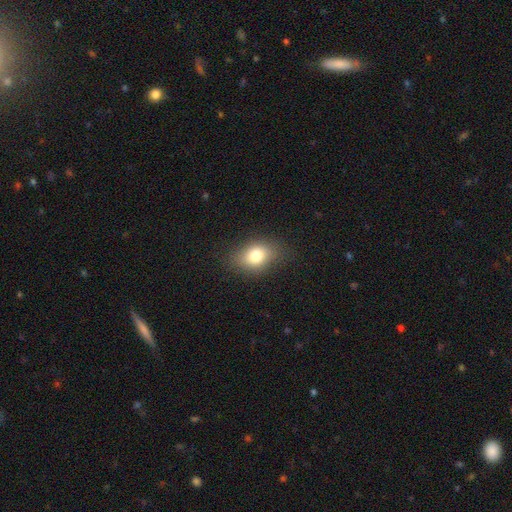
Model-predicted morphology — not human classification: This is likely a smooth galaxy (78%). How rounded: likely in between (74%). Merging: clearly none (82%).